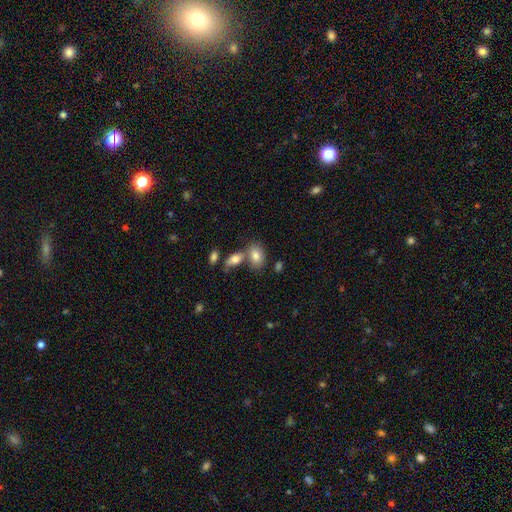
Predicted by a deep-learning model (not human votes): smooth 80%, featured or disk 12%, star or artifact 8%. Down the decision tree: how rounded — in between (86%); merging — none (50%).